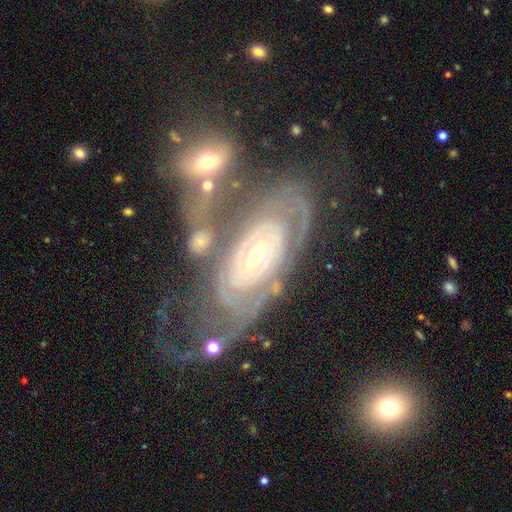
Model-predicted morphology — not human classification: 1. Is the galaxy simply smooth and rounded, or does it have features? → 86% featured or disk, 8% smooth, 6% star or artifact.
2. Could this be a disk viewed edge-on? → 94% no, 6% yes.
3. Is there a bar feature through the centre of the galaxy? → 73% no, 18% weak, 9% strong.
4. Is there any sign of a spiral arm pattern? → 85% yes, 15% no.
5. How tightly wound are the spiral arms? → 75% tight, 18% medium, 7% loose.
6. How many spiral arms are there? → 45% can't tell, 28% 2, 11% 3, 6% 1, 5% 4, 5% more than 4.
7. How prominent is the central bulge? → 52% moderate, 42% small, 4% large, 1% dominant, 1% none.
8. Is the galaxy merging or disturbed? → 47% none, 19% major disturbance, 17% merger, 17% minor disturbance.